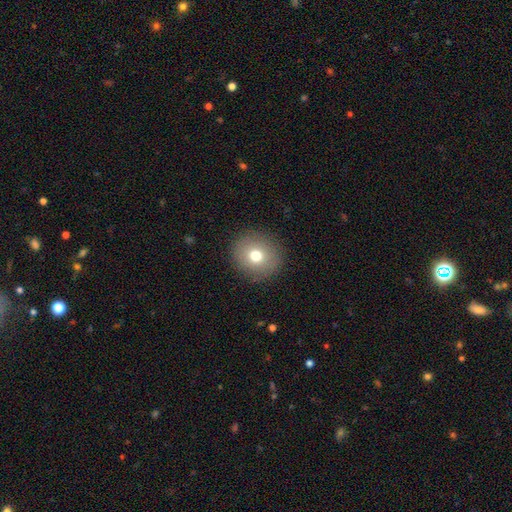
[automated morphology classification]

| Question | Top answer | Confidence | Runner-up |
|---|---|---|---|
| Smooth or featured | smooth | 74% | featured or disk (14%) |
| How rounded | round | 87% | in between (12%) |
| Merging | none | 89% | minor disturbance (7%) |